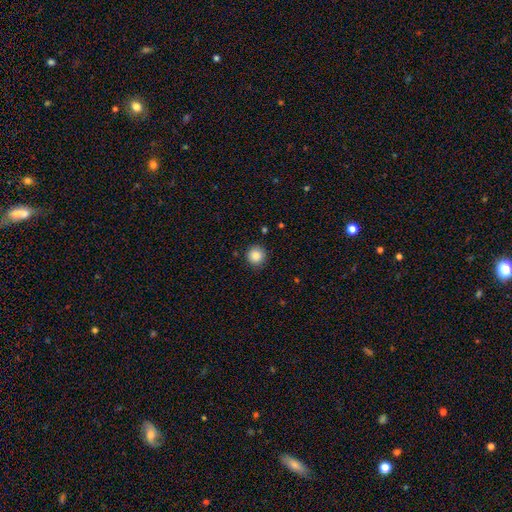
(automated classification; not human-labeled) A smooth galaxy with no disk features (87%) that is round (95%).

Vote fractions:
- Smooth or featured? smooth: 87% / star or artifact: 10% / featured or disk: 3%
- How rounded? round: 95% / in between: 4% / cigar-shaped: 1%
- Merging? none: 90% / minor disturbance: 7% / major disturbance: 2% / merger: 1%